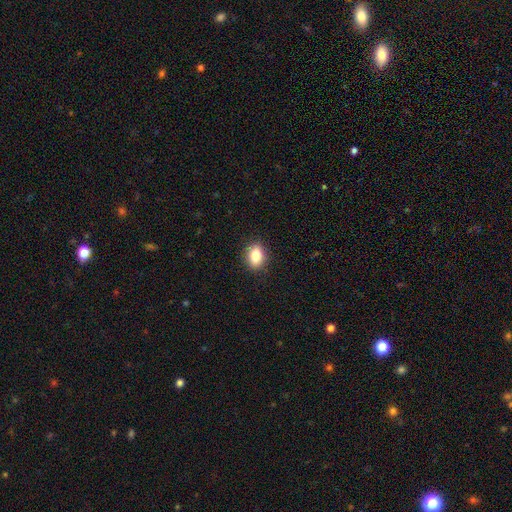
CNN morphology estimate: type=smooth (83%); roundness=in between (74%); merging=none (88%).